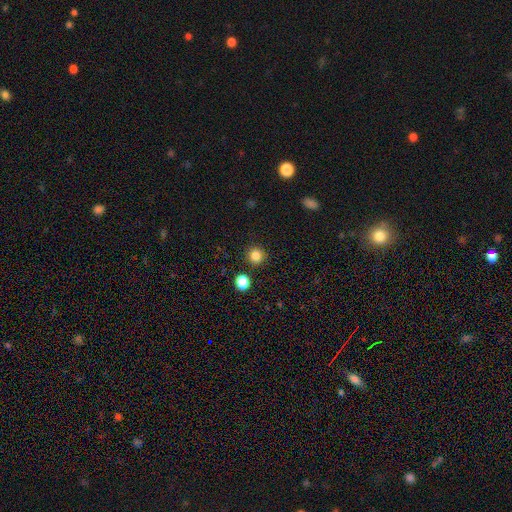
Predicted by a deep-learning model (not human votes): smooth 84%, star or artifact 12%, featured or disk 4%. Down the decision tree: how rounded — round (94%); merging — none (90%).